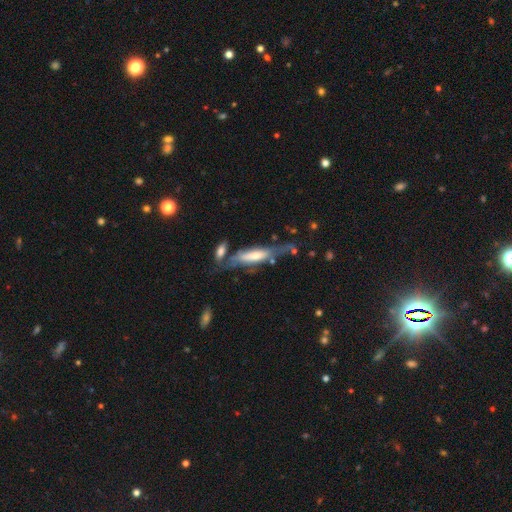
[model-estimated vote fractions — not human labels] A featured or disk galaxy (56%) viewed edge-on (67%). Merging: none (46%).